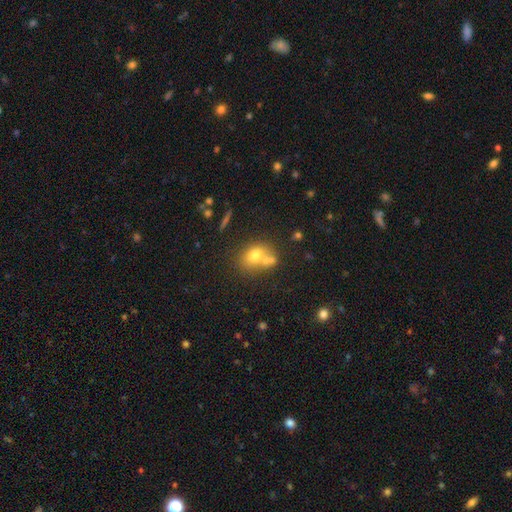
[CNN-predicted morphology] smooth 65%, featured or disk 20%, star or artifact 15%. Down the decision tree: how rounded — round (57%); merging — merger (44%).